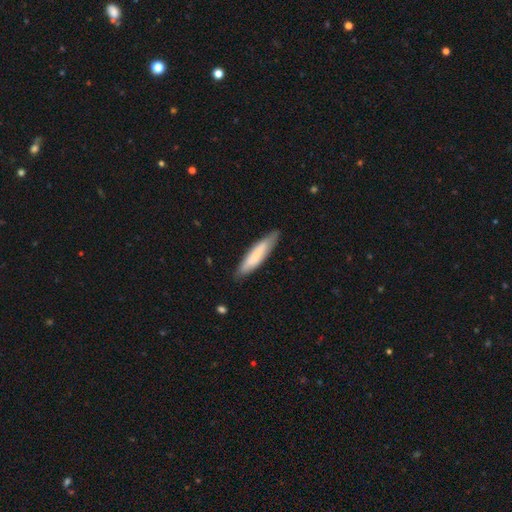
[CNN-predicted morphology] smooth 73%, featured or disk 21%, star or artifact 5%. Down the decision tree: how rounded — cigar-shaped (80%); merging — none (83%).